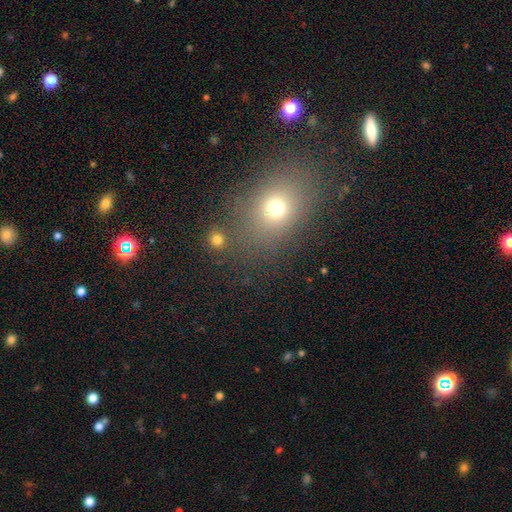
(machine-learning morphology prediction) This appears to be a smooth galaxy with no disk features (62%) that is in between round and cigar-shaped (55%). Merging: none (83%).